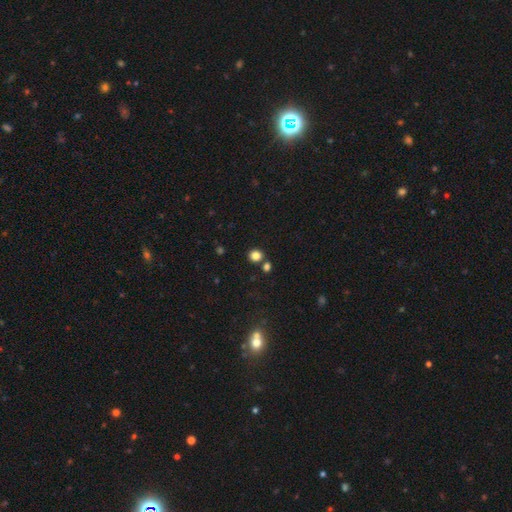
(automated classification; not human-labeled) The model was most divided on "how rounded": round: 82%, in between: 17%, cigar-shaped: 1%. More confident: smooth or featured — smooth (82%); merging — none (77%).